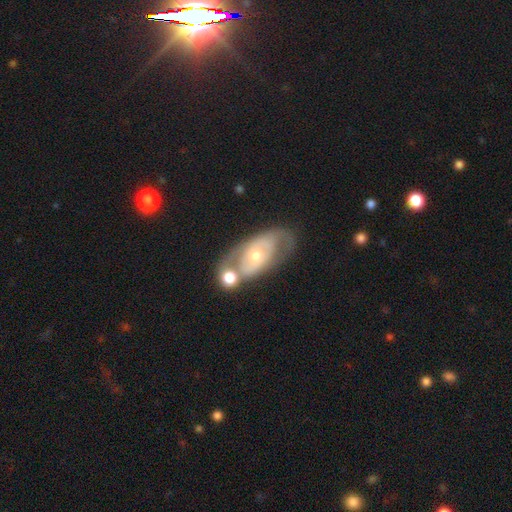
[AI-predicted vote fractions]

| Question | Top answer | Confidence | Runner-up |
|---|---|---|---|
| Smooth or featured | featured or disk | 67% | smooth (26%) |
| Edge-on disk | no | 91% | yes (9%) |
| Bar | no | 77% | weak (17%) |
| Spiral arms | yes | 52% | no (48%) |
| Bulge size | moderate | 60% | small (32%) |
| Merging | none | 42% | merger (29%) |